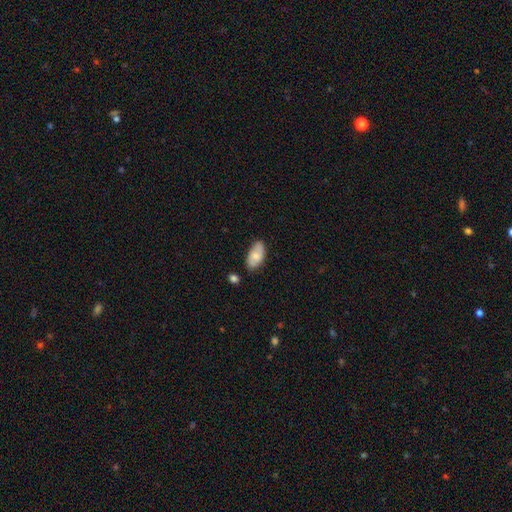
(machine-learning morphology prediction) Smooth or featured?
  - smooth: 66% *
  - featured or disk: 27%
  - star or artifact: 7%
How rounded?
  - in between: 94% *
  - round: 3%
  - cigar-shaped: 3%
Merging?
  - none: 72% *
  - minor disturbance: 21%
  - major disturbance: 4%
  - merger: 3%